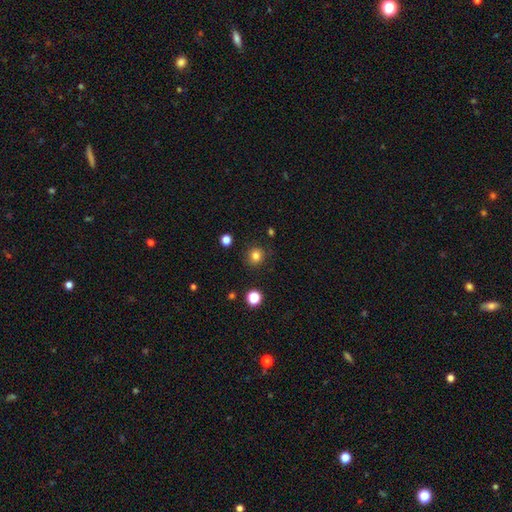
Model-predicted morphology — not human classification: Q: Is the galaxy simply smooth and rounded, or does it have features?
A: smooth — 82%.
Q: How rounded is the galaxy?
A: round — 87%.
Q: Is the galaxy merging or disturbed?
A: none — 87%.